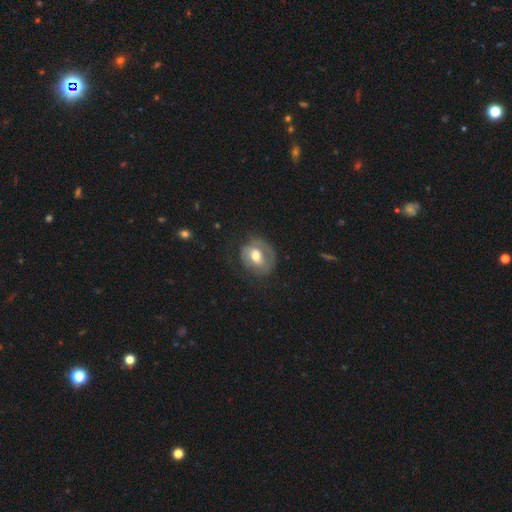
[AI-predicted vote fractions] This appears to be a featured or disk galaxy (49%). Merging: none (60%).